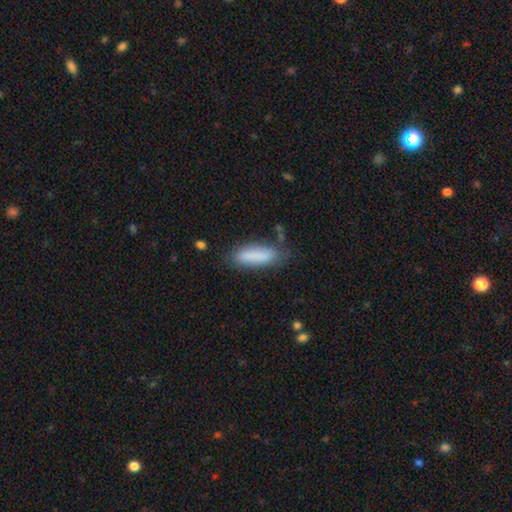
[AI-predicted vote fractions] Smooth or featured? smooth (84%)
How rounded? cigar-shaped (52%)
Merging? none (72%)